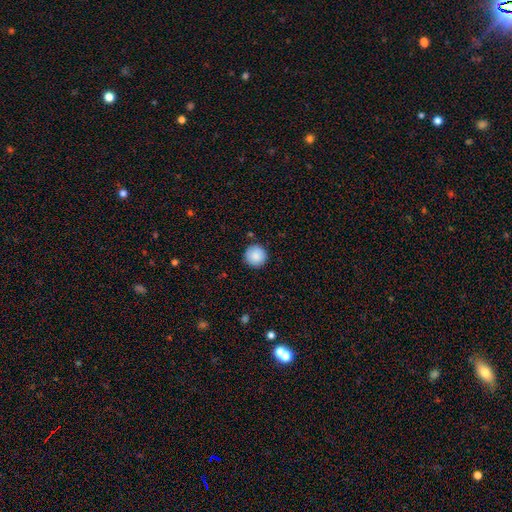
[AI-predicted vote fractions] Morphology: type=smooth (88%); roundness=round (96%); merging=none (91%).